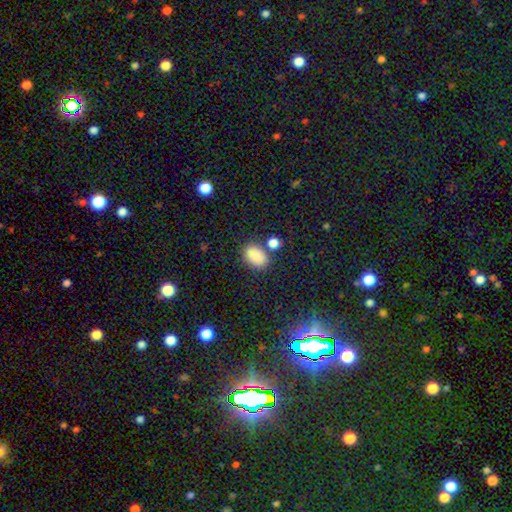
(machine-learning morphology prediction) smooth-or-featured: smooth: 86% | star or artifact: 10% | featured or disk: 4%
  how-rounded: in between: 82% | round: 16% | cigar-shaped: 1%
  merging: none: 73% | minor disturbance: 13% | merger: 10% | major disturbance: 4%